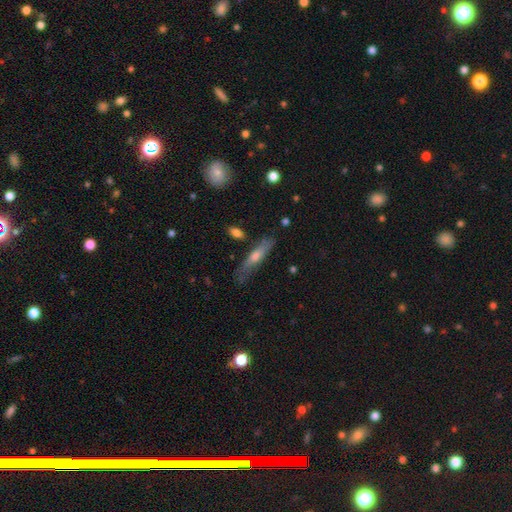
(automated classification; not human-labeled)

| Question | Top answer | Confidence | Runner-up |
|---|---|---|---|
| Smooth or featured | smooth | 46% | tied: featured or disk (46%) |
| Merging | none | 75% | minor disturbance (18%) |